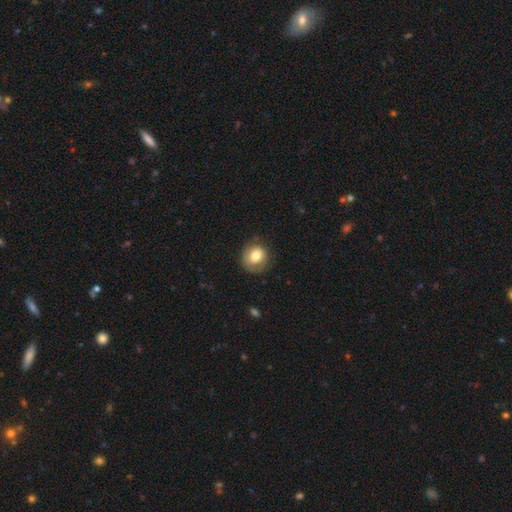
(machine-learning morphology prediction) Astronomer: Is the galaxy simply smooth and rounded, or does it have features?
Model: smooth — 73%.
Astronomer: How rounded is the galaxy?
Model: round — 80%.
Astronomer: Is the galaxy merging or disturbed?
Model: none — 69%.